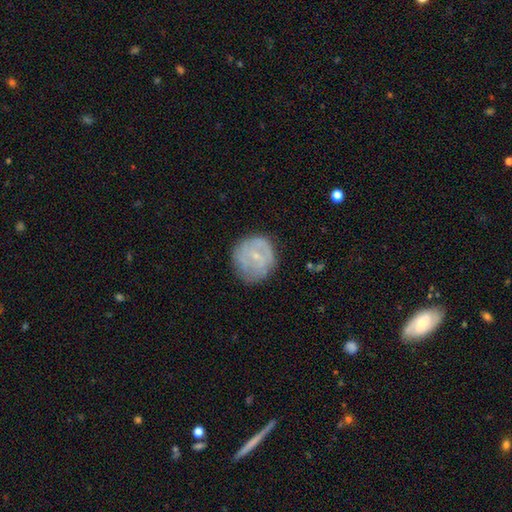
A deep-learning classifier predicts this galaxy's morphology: smooth_or_featured: featured or disk (p=0.51) [alt: smooth p=0.41]
disk_edge_on: no (p=0.97) [alt: yes p=0.03]
merging: none (p=0.70) [alt: minor disturbance p=0.21]